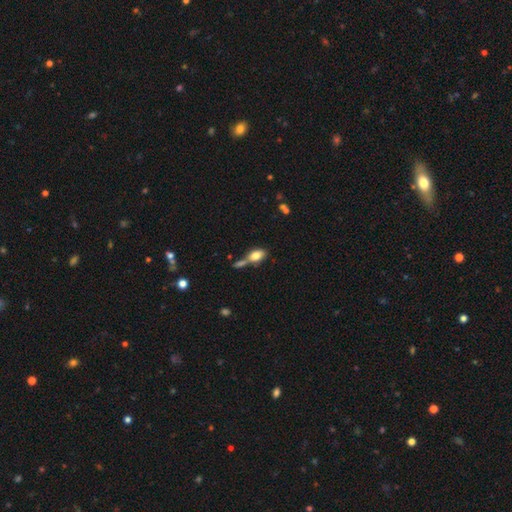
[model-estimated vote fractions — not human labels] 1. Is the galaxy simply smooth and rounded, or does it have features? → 77% smooth, 15% featured or disk, 8% star or artifact.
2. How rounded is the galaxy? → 85% in between, 8% round, 6% cigar-shaped.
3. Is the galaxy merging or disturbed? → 39% none, 37% merger, 15% minor disturbance, 8% major disturbance.